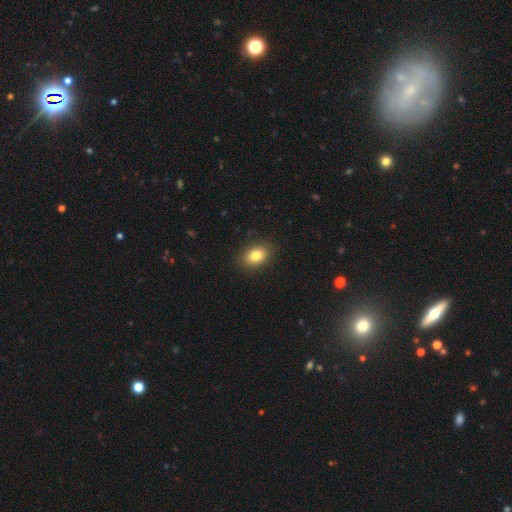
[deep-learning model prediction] Q: Smooth or featured?
A: smooth (81%); runner-up: star or artifact (9%)
Q: How rounded?
A: in between (79%); runner-up: round (20%)
Q: Merging?
A: none (89%); runner-up: minor disturbance (8%)